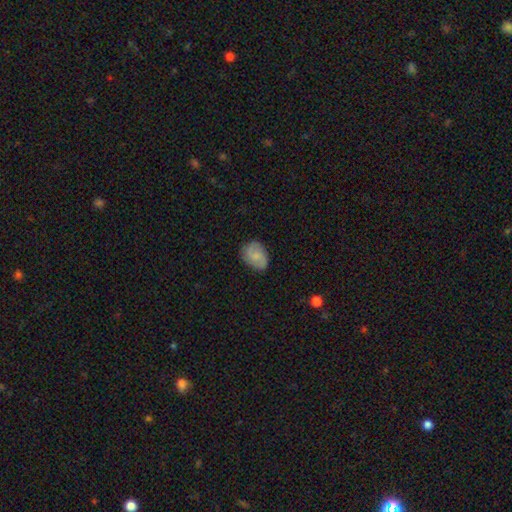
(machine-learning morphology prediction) Q: Smooth or featured?
A: smooth (60%); runner-up: featured or disk (33%)
Q: How rounded?
A: in between (66%); runner-up: round (33%)
Q: Merging?
A: none (76%); runner-up: minor disturbance (18%)